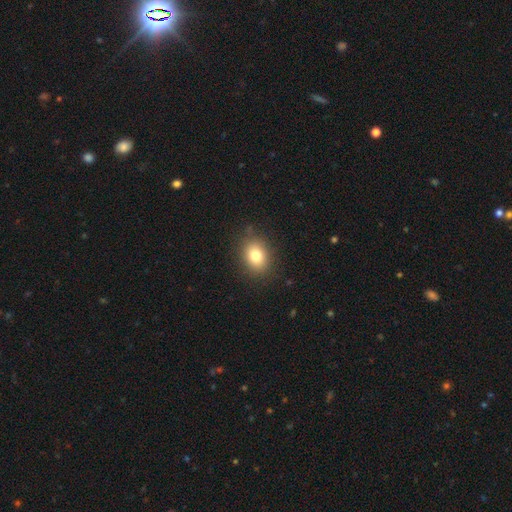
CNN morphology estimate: The model was most divided on "how rounded": in between: 56%, round: 43%, cigar-shaped: 1%. More confident: merging — none (85%); smooth or featured — smooth (79%).